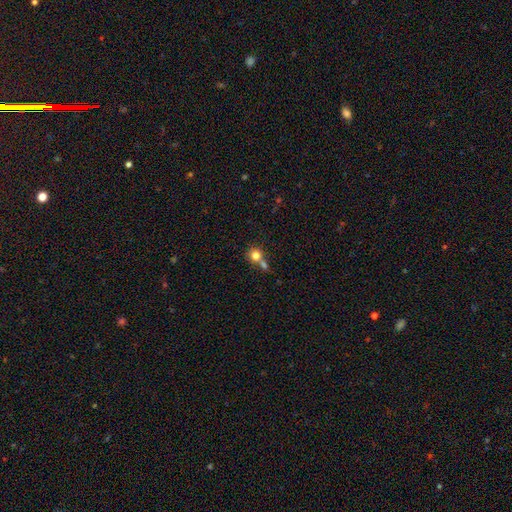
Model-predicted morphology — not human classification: This appears to be a smooth galaxy with no disk features (80%) that is round (88%). Merging: none (47%).